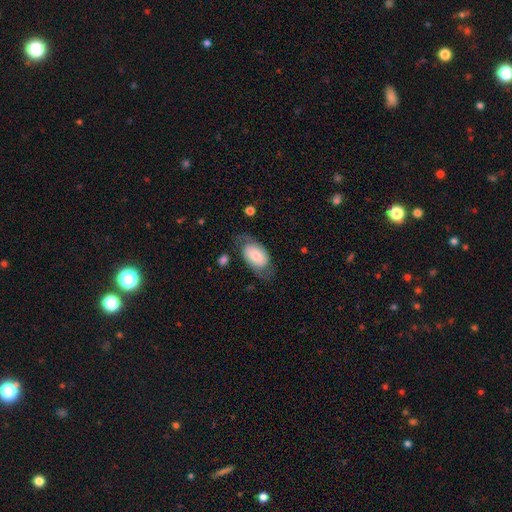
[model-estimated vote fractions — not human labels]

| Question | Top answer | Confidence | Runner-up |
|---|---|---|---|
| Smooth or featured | smooth | 57% | featured or disk (36%) |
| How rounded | in between | 91% | round (7%) |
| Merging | none | 58% | minor disturbance (25%) |